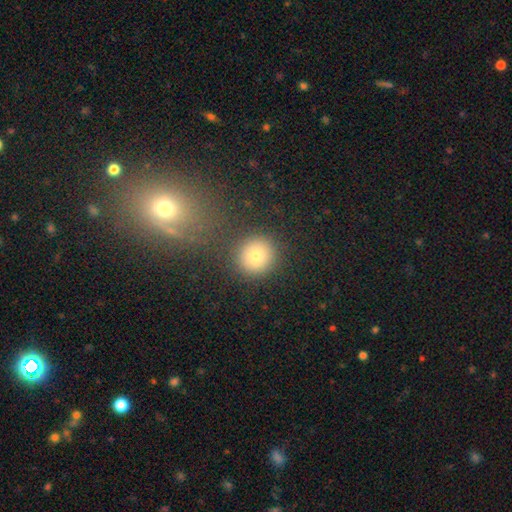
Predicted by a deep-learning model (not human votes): A smooth galaxy with no disk features (77%) that is round (91%). Merging: none (85%).